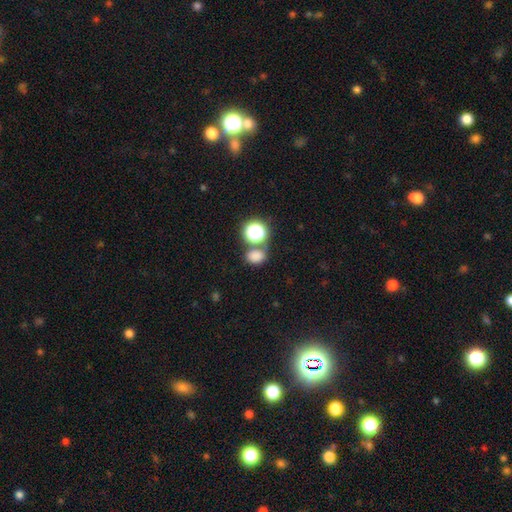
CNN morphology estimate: The model was most divided on "how rounded" (2-way tie): round: 49%, in between: 49%, cigar-shaped: 1%. More confident: smooth or featured — smooth (76%); merging — none (60%).